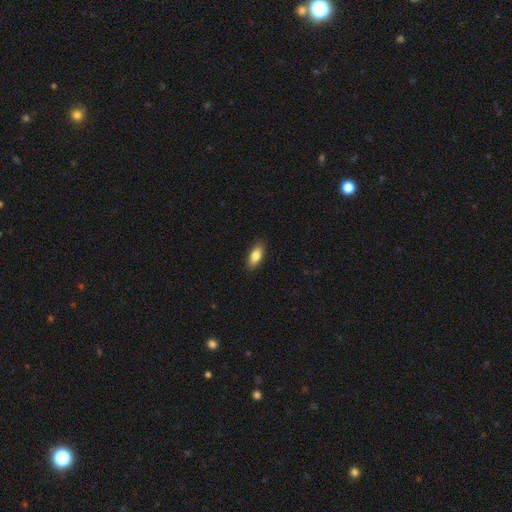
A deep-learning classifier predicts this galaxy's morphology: This is likely a smooth galaxy (80%). How rounded: clearly in between (82%). Merging: clearly none (88%).